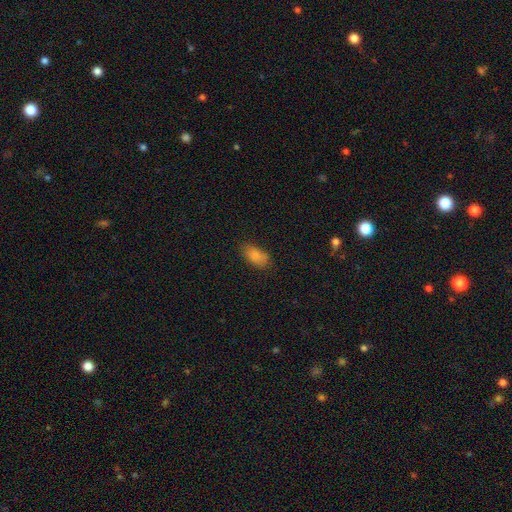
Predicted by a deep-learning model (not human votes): Smooth or featured? smooth (83%)
How rounded? in between (91%)
Merging? none (72%)